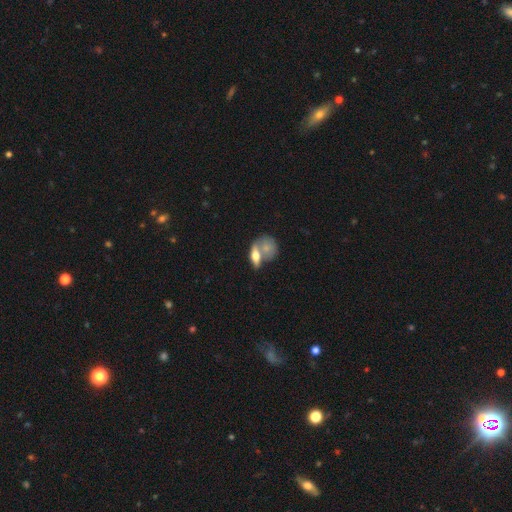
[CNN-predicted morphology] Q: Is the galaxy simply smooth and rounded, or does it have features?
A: smooth — 58%.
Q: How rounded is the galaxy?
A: in between — 63%.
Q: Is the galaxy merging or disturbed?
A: merger — 49%.